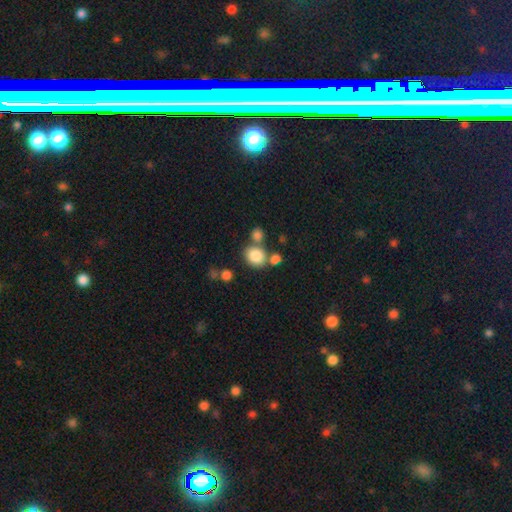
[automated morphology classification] type=smooth (83%); roundness=round (69%); merging=none (61%).